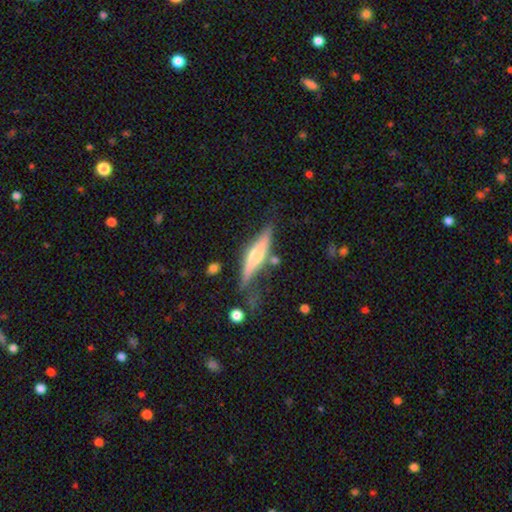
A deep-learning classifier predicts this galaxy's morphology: A featured or disk galaxy (54%) viewed edge-on (86%). Merging: none (53%).